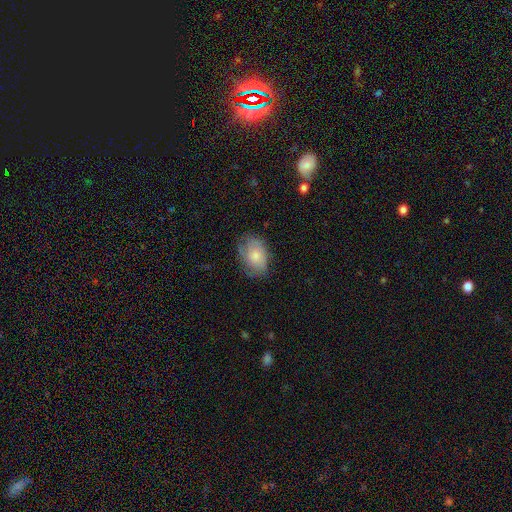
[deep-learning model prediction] smooth_or_featured: smooth (p=0.64) [alt: featured or disk p=0.29]
how_rounded: in between (p=0.81) [alt: round p=0.18]
merging: none (p=0.65) [alt: minor disturbance p=0.26]